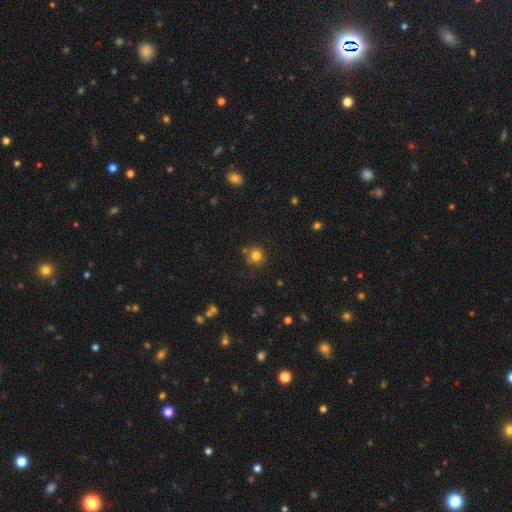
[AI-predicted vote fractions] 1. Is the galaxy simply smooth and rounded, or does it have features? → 80% smooth, 13% star or artifact, 7% featured or disk.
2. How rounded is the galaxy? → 91% round, 8% in between, 1% cigar-shaped.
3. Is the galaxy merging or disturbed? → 78% none, 12% minor disturbance, 7% merger, 3% major disturbance.